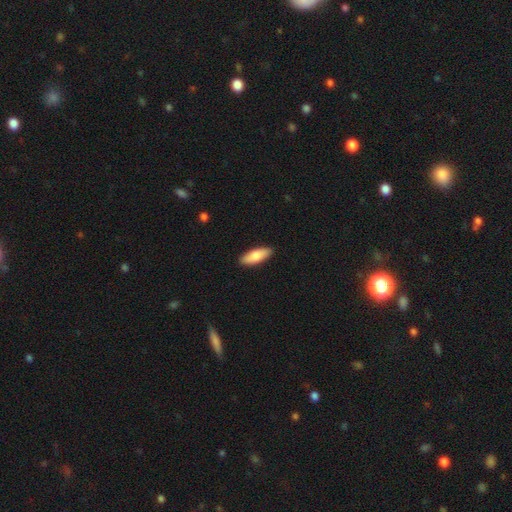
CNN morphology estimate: A smooth galaxy with no disk features (81%) that is in between round and cigar-shaped (69%). Merging: none (90%).